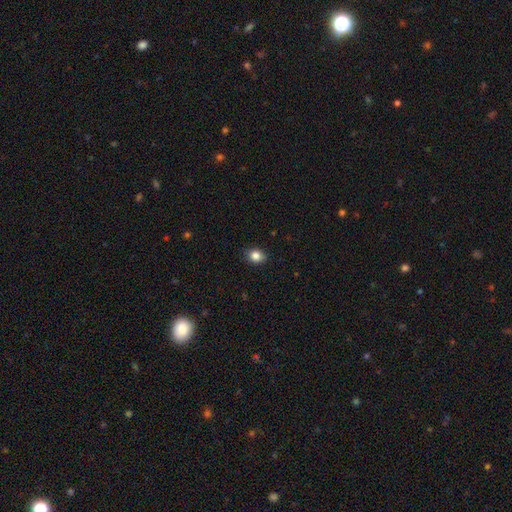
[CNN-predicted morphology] Smooth or featured?
  - smooth: 84% *
  - star or artifact: 10%
  - featured or disk: 6%
How rounded?
  - round: 50% *
  - in between: 49%
  - cigar-shaped: 1%
Merging?
  - none: 87% *
  - minor disturbance: 10%
  - major disturbance: 2%
  - merger: 1%